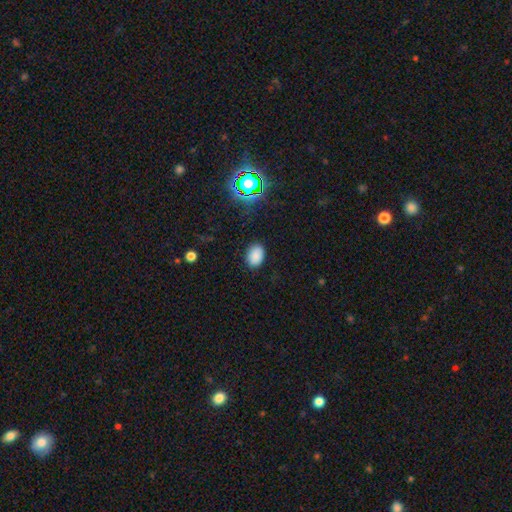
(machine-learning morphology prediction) A smooth galaxy with no disk features (84%) that is in between round and cigar-shaped (78%). Merging: none (86%).